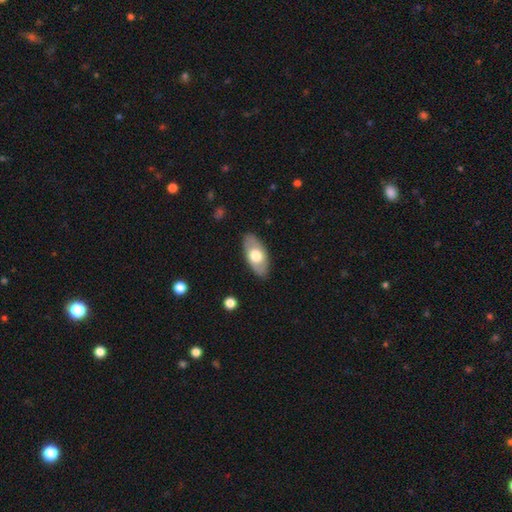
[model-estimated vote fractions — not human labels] This appears to be a smooth galaxy with no disk features (58%) that is in between round and cigar-shaped (92%). Merging: none (85%).